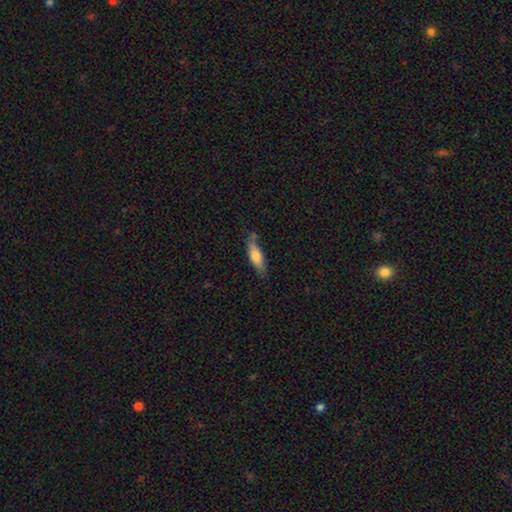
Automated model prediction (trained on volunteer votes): Morphology: type=smooth (69%); roundness=cigar-shaped (55%); merging=none (67%).